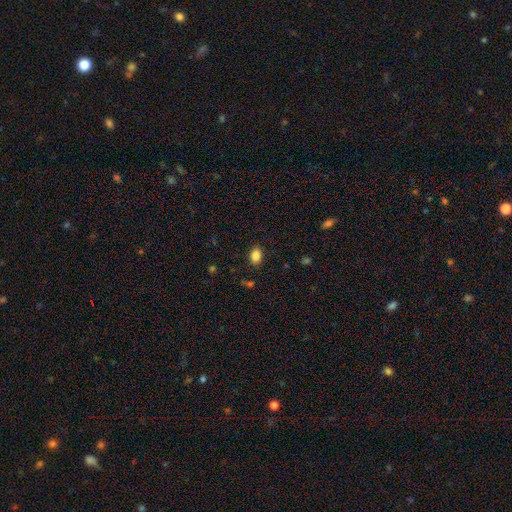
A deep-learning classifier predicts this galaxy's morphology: A smooth galaxy with no disk features (85%) that is in between round and cigar-shaped (75%).

Vote fractions:
- Smooth or featured? smooth: 85% / star or artifact: 10% / featured or disk: 5%
- How rounded? in between: 75% / round: 24% / cigar-shaped: 1%
- Merging? none: 87% / minor disturbance: 9% / major disturbance: 2% / merger: 1%